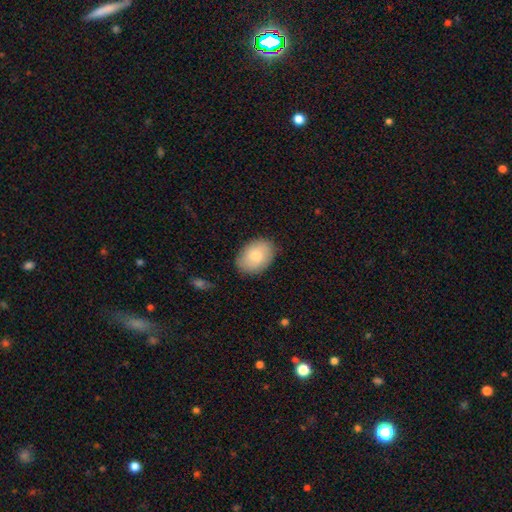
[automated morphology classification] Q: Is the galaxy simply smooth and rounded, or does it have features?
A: smooth — 75%.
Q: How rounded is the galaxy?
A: in between — 79%.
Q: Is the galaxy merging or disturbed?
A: none — 84%.